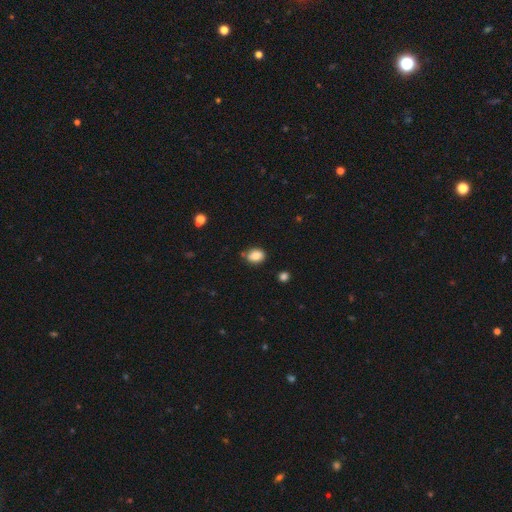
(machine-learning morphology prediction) Q: Smooth or featured?
A: smooth (84%); runner-up: star or artifact (9%)
Q: How rounded?
A: in between (67%); runner-up: round (32%)
Q: Merging?
A: none (70%); runner-up: minor disturbance (20%)